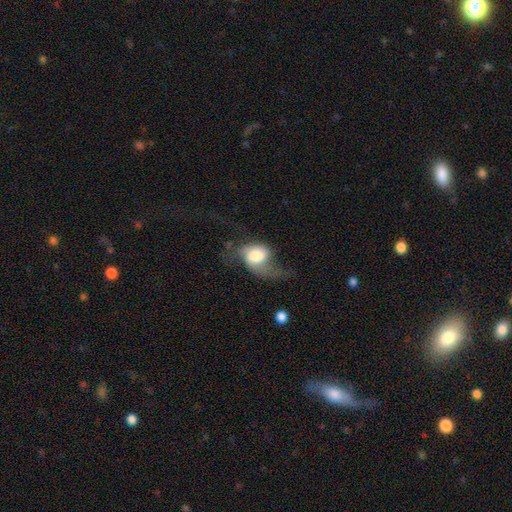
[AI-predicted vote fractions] Morphology: type=featured or disk (48%); merging=major disturbance (47%).